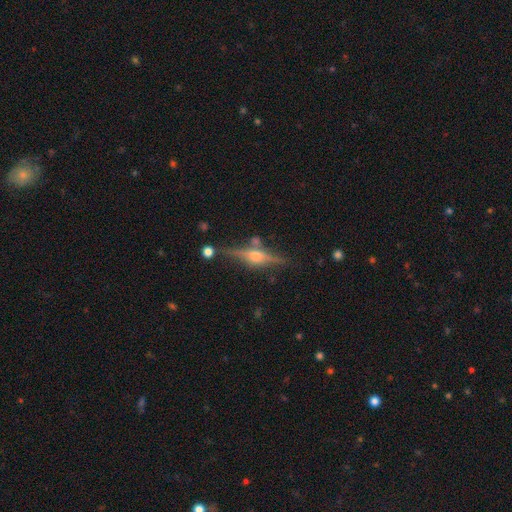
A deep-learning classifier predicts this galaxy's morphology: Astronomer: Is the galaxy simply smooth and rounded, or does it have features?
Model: featured or disk — 79%.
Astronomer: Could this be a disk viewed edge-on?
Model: yes — 96%.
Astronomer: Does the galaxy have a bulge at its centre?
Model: rounded — 91%.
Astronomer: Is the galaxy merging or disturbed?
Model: none — 81%.